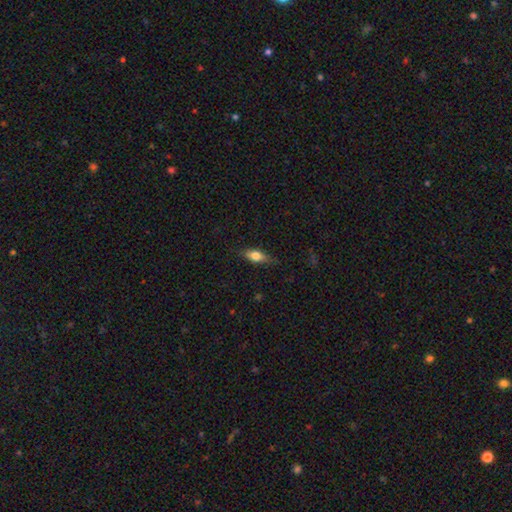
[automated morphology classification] The model was most divided on "how rounded": in between: 62%, cigar-shaped: 33%, round: 5%. More confident: merging — none (77%); smooth or featured — smooth (63%).